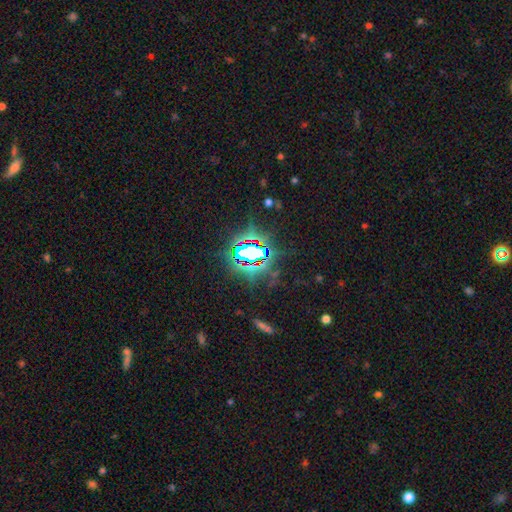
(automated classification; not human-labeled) smooth_or_featured: star or artifact (p=0.79) [alt: smooth p=0.11]